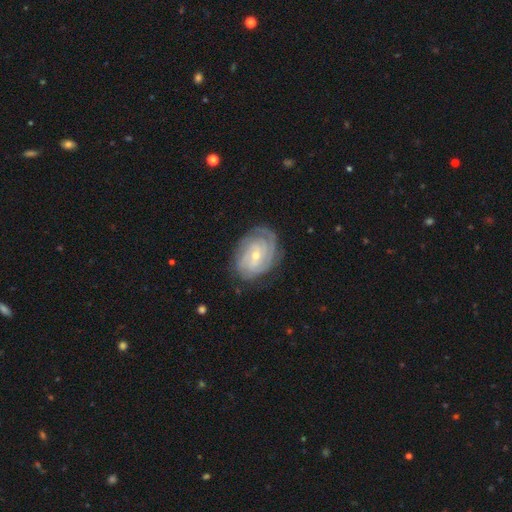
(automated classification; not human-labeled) The model was most divided on "spiral arm count": can't tell: 33%, 2: 25%, 3: 21%, 4: 10%, 1: 6%, more than 4: 5%. More confident: edge-on disk — no (97%); spiral arms — yes (96%); smooth or featured — featured or disk (84%); spiral winding — tight (77%); merging — none (75%); bulge size — small (60%); bar — no (53%).